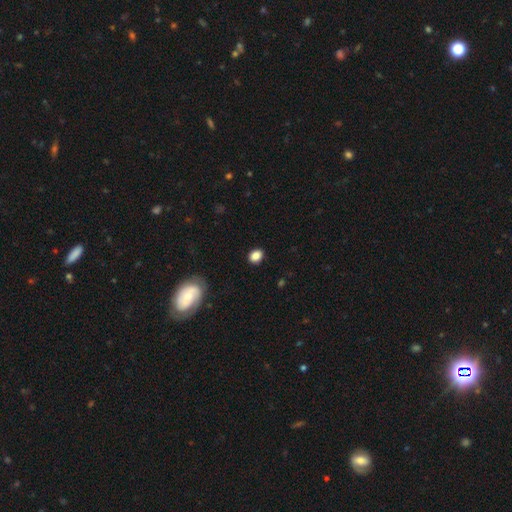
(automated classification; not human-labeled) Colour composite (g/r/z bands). It shows a smooth galaxy with no disk features (85%) that is in between round and cigar-shaped (59%). Merging: none (87%).